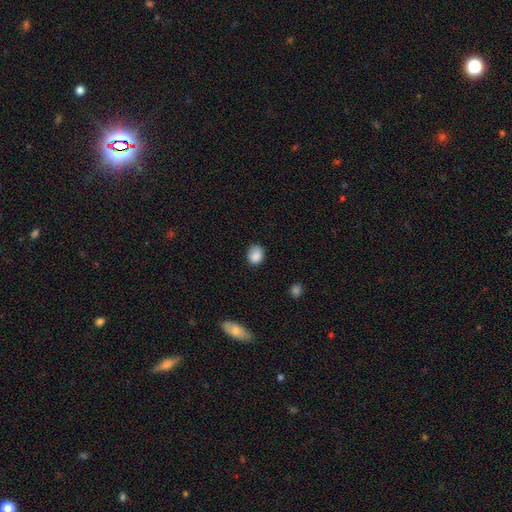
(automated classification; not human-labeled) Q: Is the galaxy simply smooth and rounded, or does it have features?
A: smooth — 87%.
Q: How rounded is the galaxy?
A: round — 53%.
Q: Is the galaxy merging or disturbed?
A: none — 77%.